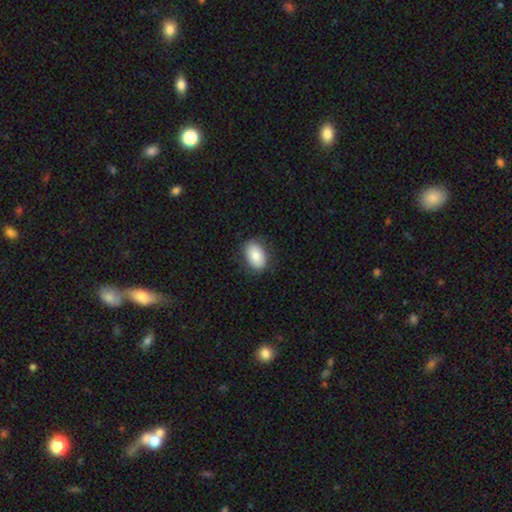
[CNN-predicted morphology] Smooth or featured: smooth — 80% (featured or disk — 13%)
How rounded: in between — 87% (round — 12%)
Merging: none — 82% (minor disturbance — 13%)